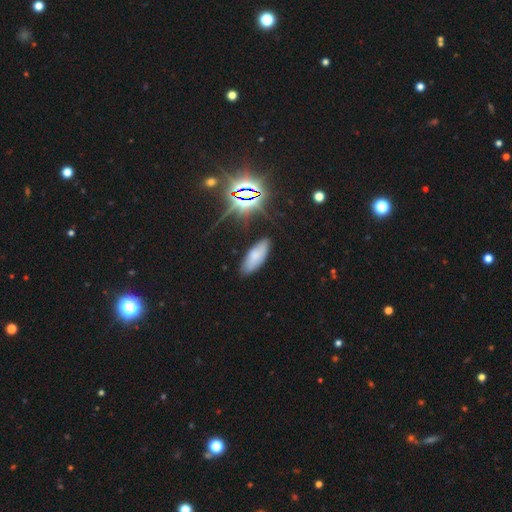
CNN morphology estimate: A smooth galaxy with no disk features (70%) that is in between round and cigar-shaped (80%).

Vote fractions:
- Smooth or featured? smooth: 70% / star or artifact: 16% / featured or disk: 14%
- How rounded? in between: 80% / cigar-shaped: 18% / round: 2%
- Merging? none: 81% / minor disturbance: 14% / major disturbance: 3% / merger: 2%